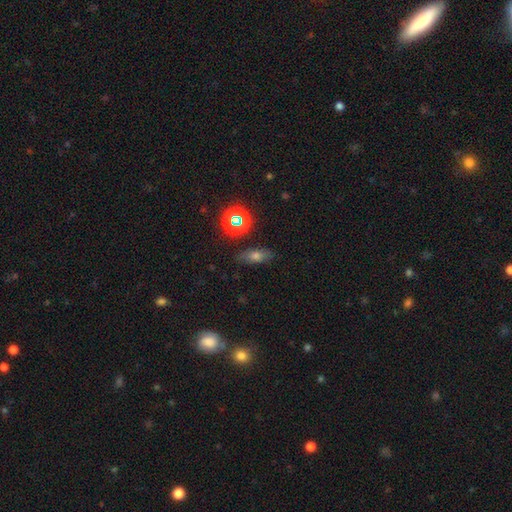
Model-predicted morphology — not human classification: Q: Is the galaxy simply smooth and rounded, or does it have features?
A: smooth — 61%.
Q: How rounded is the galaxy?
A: in between — 66%.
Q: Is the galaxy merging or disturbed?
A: none — 81%.